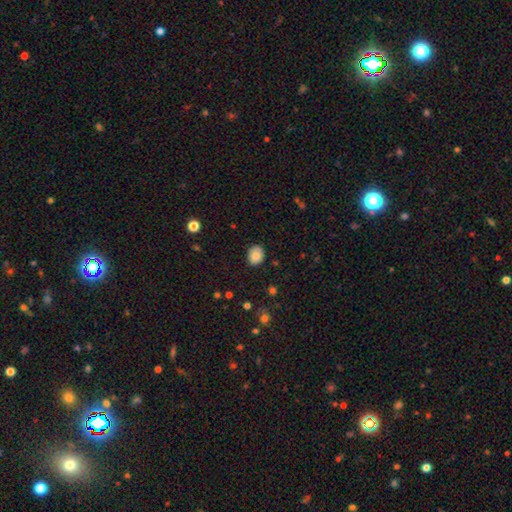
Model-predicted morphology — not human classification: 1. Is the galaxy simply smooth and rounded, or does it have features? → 86% smooth, 9% star or artifact, 5% featured or disk.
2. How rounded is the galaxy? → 56% in between, 43% round, 1% cigar-shaped.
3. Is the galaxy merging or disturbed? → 82% none, 14% minor disturbance, 3% major disturbance, 1% merger.